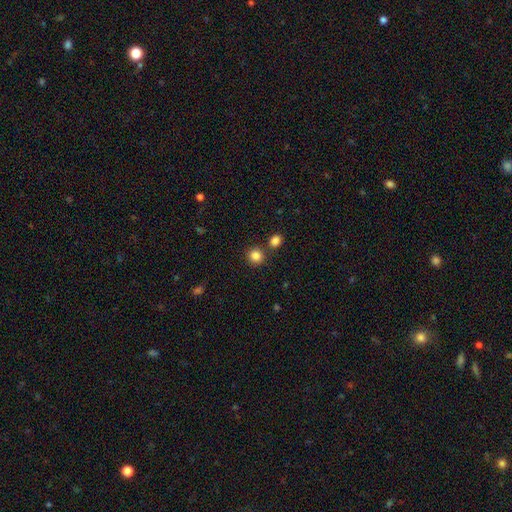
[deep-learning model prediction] Morphology: type=smooth (84%); roundness=round (90%); merging=none (79%).